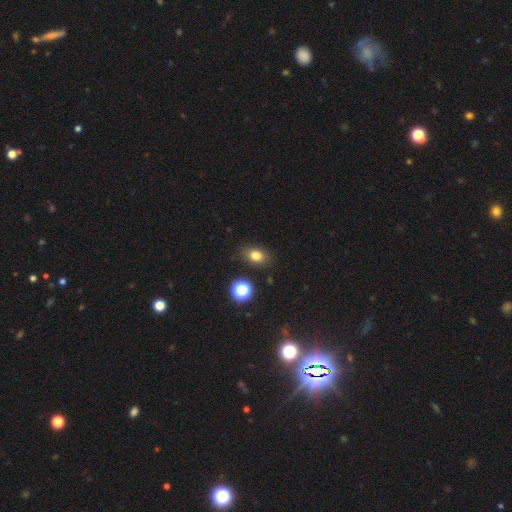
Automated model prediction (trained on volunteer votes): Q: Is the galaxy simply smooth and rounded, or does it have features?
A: smooth — 79%.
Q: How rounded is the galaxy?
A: in between — 74%.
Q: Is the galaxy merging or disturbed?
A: none — 84%.